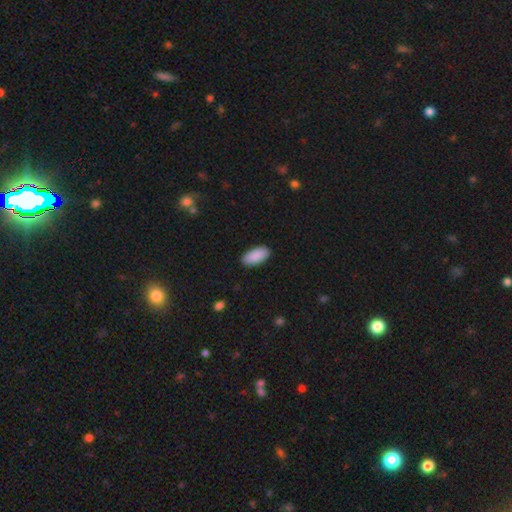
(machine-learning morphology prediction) Q: Smooth or featured?
A: smooth (91%); runner-up: star or artifact (6%)
Q: How rounded?
A: in between (93%); runner-up: cigar-shaped (5%)
Q: Merging?
A: none (89%); runner-up: minor disturbance (8%)